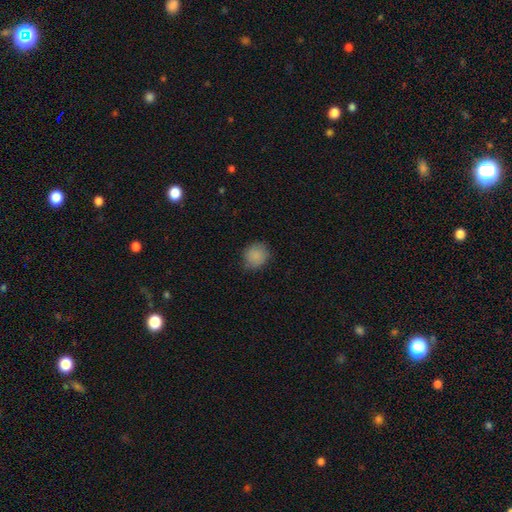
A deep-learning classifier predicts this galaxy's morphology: A smooth galaxy with no disk features (86%) that is round (82%). Merging: none (80%).